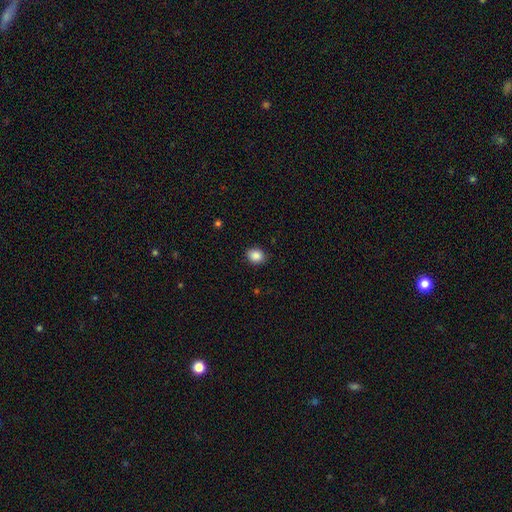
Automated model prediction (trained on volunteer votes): Smooth or featured? smooth (87%)
How rounded? round (68%)
Merging? none (87%)